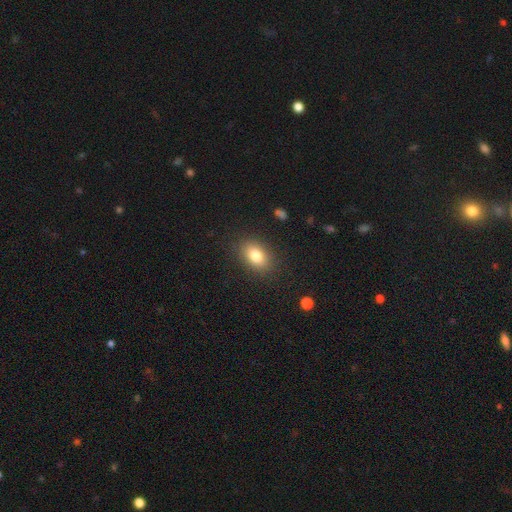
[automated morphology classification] A smooth galaxy with no disk features (80%) that is in between round and cigar-shaped (80%).

Vote fractions:
- Smooth or featured? smooth: 80% / featured or disk: 10% / star or artifact: 10%
- How rounded? in between: 80% / round: 18% / cigar-shaped: 2%
- Merging? none: 87% / minor disturbance: 9% / major disturbance: 3% / merger: 1%